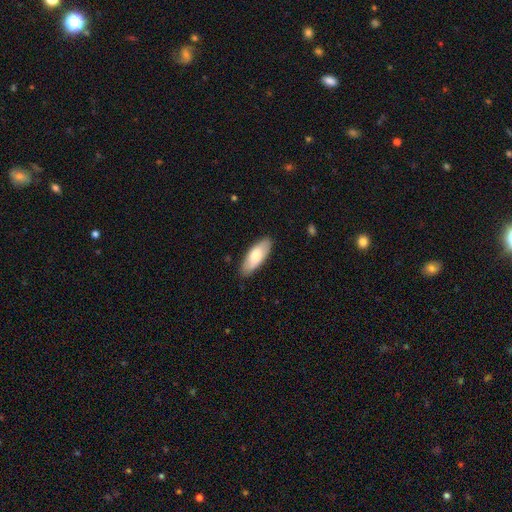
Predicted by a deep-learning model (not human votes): Q: Smooth or featured?
A: smooth (74%); runner-up: featured or disk (21%)
Q: How rounded?
A: in between (75%); runner-up: cigar-shaped (24%)
Q: Merging?
A: none (87%); runner-up: minor disturbance (10%)